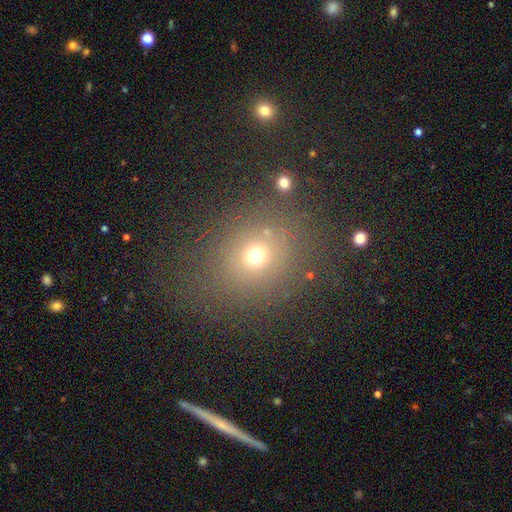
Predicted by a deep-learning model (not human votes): This is likely a smooth galaxy (67%). How rounded: likely round (76%). Merging: likely none (79%).